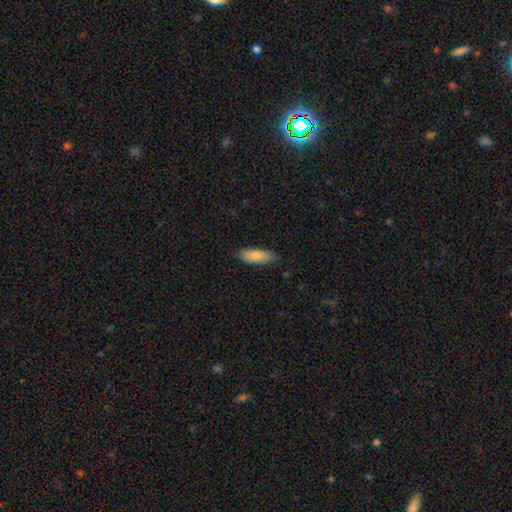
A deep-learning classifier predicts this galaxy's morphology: smooth 83%, featured or disk 11%, star or artifact 6%. Down the decision tree: how rounded — in between (69%); merging — none (83%).